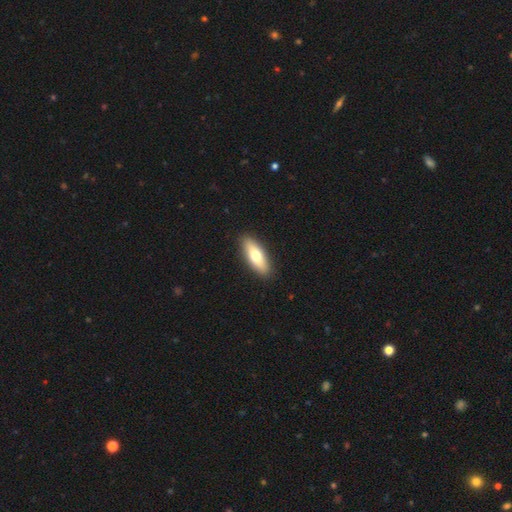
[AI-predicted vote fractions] A smooth galaxy with no disk features (68%) that is in between round and cigar-shaped (64%). Merging: none (90%).